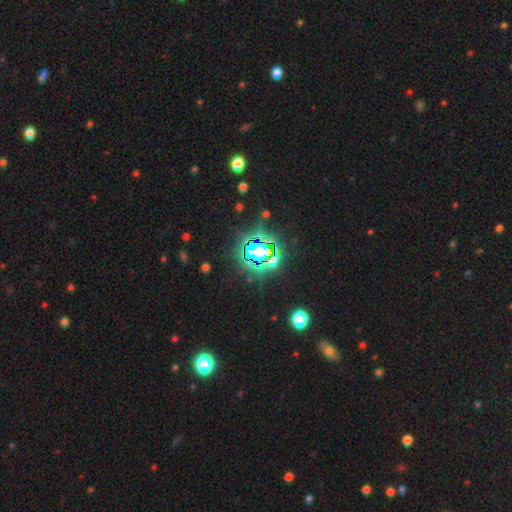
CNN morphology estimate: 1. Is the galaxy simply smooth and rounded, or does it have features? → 75% star or artifact, 15% smooth, 10% featured or disk.